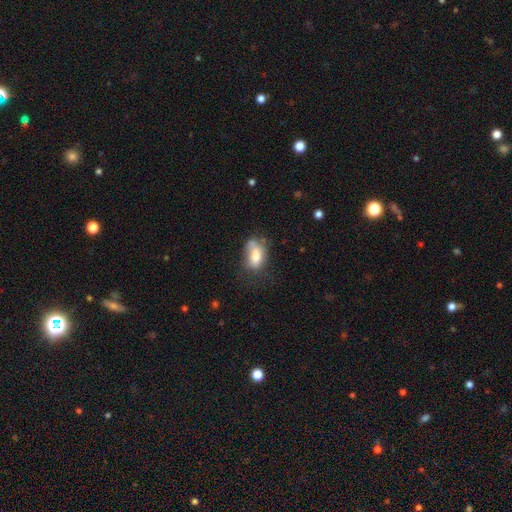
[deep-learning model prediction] Q: Smooth or featured?
A: smooth (74%); runner-up: featured or disk (17%)
Q: How rounded?
A: in between (88%); runner-up: round (8%)
Q: Merging?
A: none (38%); runner-up: minor disturbance (31%)